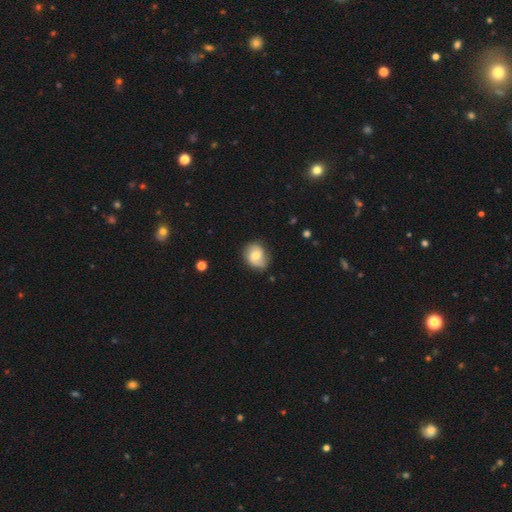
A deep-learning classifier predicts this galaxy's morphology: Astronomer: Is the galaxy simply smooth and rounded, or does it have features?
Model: smooth — 59%.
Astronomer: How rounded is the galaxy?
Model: round — 60% (runner-up: in between, 39%).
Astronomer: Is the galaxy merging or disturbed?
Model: none — 66%.